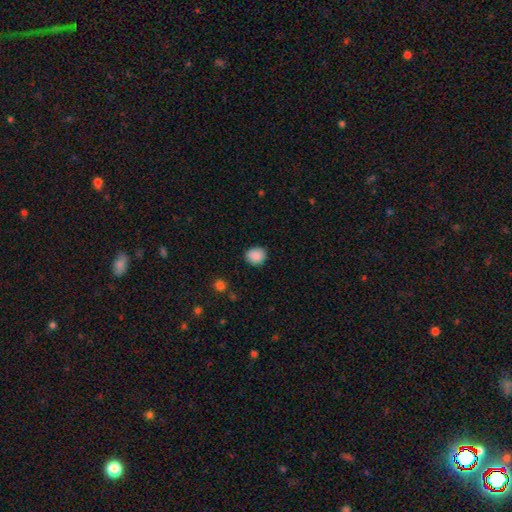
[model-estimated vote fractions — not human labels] This is clearly a smooth galaxy (88%). How rounded: likely round (72%). Merging: clearly none (85%).